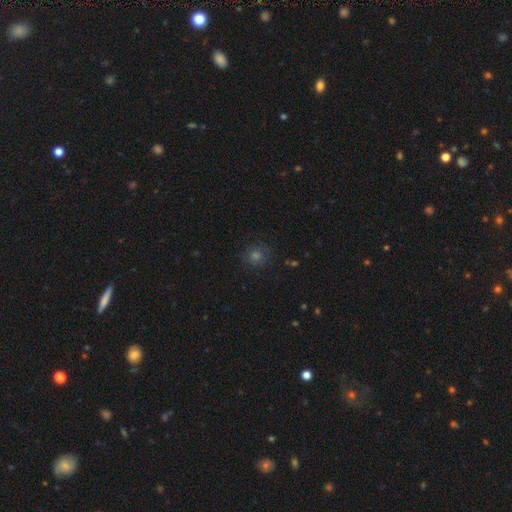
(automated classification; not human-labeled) Q: Smooth or featured?
A: smooth (63%); runner-up: star or artifact (29%)
Q: How rounded?
A: round (92%); runner-up: in between (7%)
Q: Merging?
A: none (88%); runner-up: minor disturbance (8%)